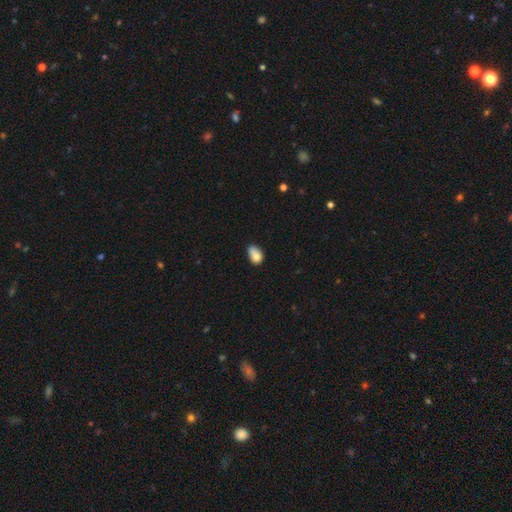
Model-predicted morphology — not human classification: Smooth or featured? Predicted: smooth (p=0.78). How rounded? Predicted: in between (p=0.82). Merging? Predicted: none (p=0.38).